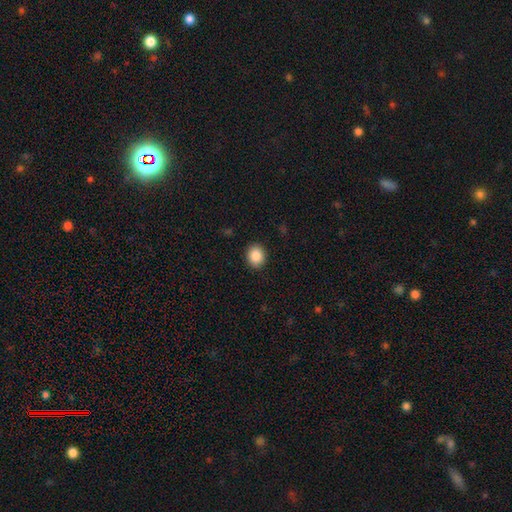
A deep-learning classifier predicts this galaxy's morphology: smooth_or_featured: smooth (p=0.88) [alt: star or artifact p=0.08]
how_rounded: round (p=0.64) [alt: in between p=0.35]
merging: none (p=0.90) [alt: minor disturbance p=0.07]